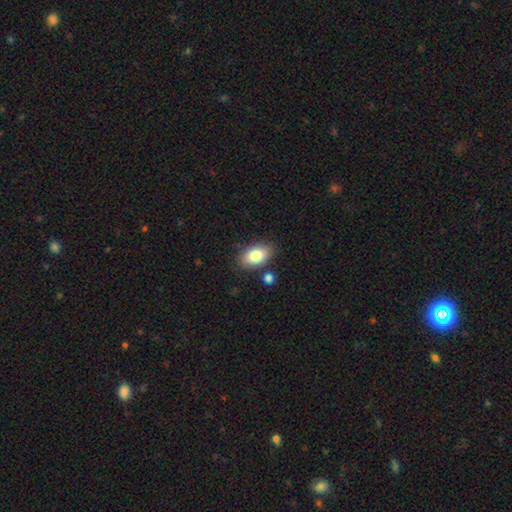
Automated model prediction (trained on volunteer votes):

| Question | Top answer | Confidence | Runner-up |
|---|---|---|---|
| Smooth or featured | smooth | 81% | featured or disk (12%) |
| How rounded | in between | 92% | round (7%) |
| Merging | none | 82% | minor disturbance (11%) |